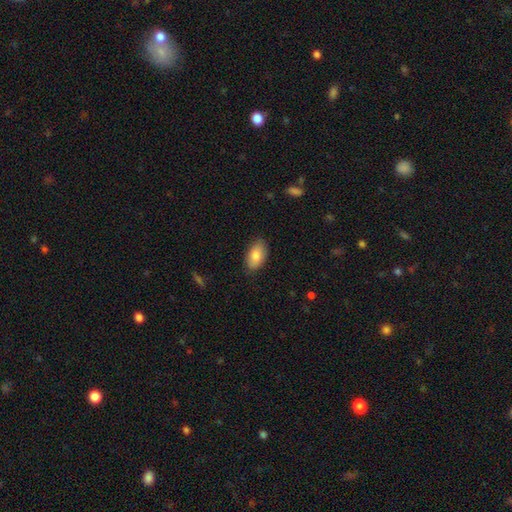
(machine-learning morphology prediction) smooth_or_featured: smooth (p=0.83) [alt: featured or disk p=0.11]
how_rounded: in between (p=0.94) [alt: round p=0.04]
merging: none (p=0.83) [alt: minor disturbance p=0.13]